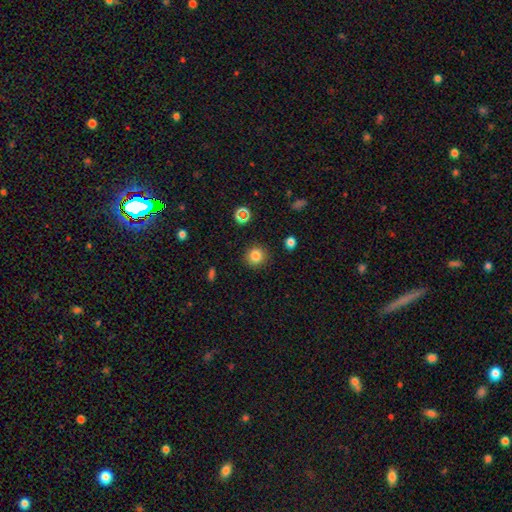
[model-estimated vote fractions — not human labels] Smooth or featured? Predicted: smooth (p=0.81). How rounded? Predicted: round (p=0.92). Merging? Predicted: none (p=0.90).